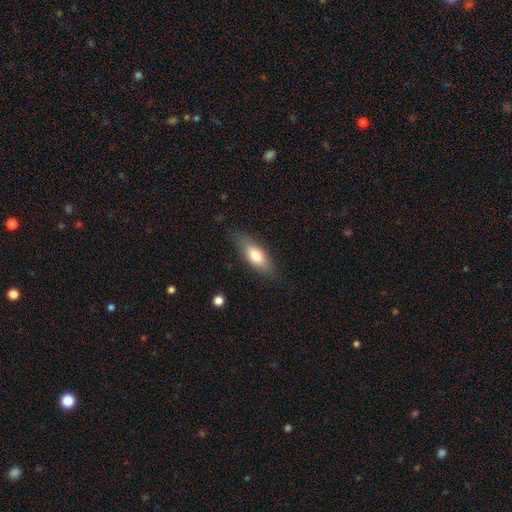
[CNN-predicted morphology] A smooth galaxy with no disk features (73%) that is in between round and cigar-shaped (71%).

Vote fractions:
- Smooth or featured? smooth: 73% / featured or disk: 20% / star or artifact: 7%
- How rounded? in between: 71% / cigar-shaped: 26% / round: 3%
- Merging? none: 80% / minor disturbance: 15% / major disturbance: 4% / merger: 1%